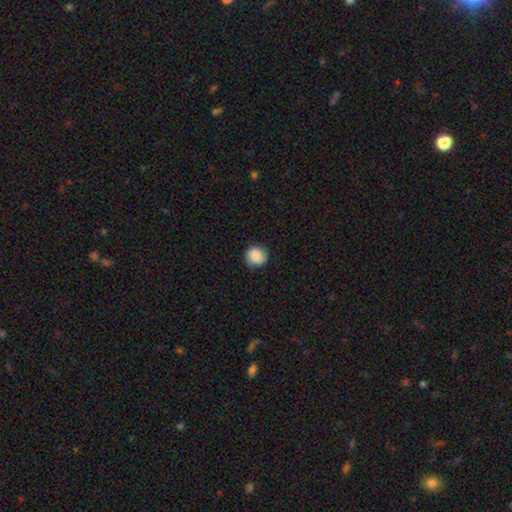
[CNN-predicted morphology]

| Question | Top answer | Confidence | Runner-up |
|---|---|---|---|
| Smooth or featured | smooth | 81% | featured or disk (10%) |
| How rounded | round | 85% | in between (14%) |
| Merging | none | 78% | minor disturbance (17%) |